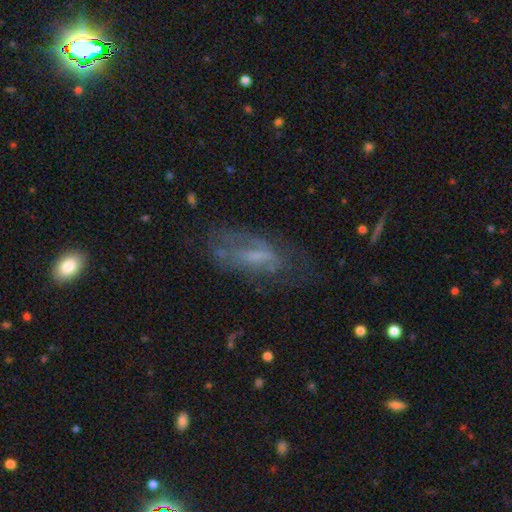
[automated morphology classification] The model was most divided on "smooth or featured": featured or disk: 52%, smooth: 35%, star or artifact: 13%. More confident: edge-on disk — no (83%); merging — none (53%).